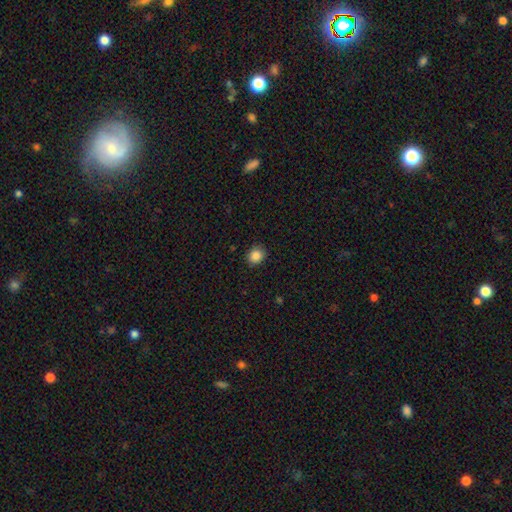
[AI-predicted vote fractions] A smooth galaxy with no disk features (87%) that is round (72%). Merging: none (89%).